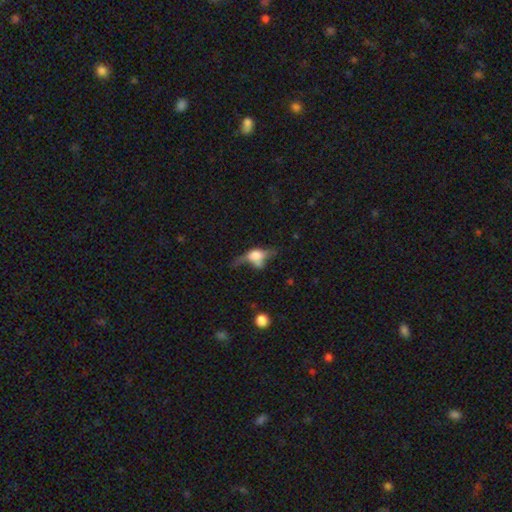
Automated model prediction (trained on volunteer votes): Smooth or featured? featured or disk (45%)
Merging? major disturbance (34%)